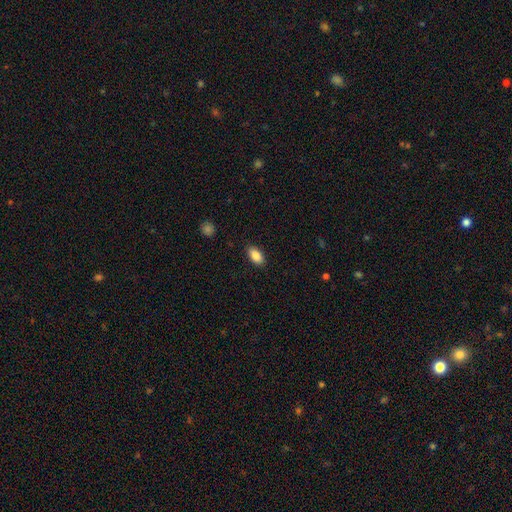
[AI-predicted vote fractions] This appears to be a smooth galaxy with no disk features (88%) that is in between round and cigar-shaped (92%). Merging: none (88%).